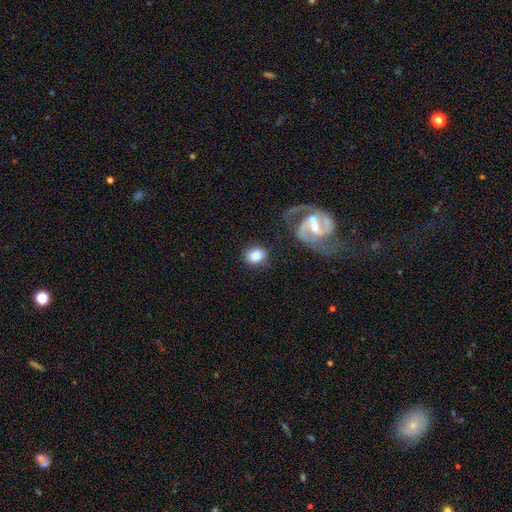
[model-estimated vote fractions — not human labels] smooth-or-featured: smooth: 77% | featured or disk: 16% | star or artifact: 7%
  how-rounded: round: 64% | in between: 35% | cigar-shaped: 1%
  merging: none: 78% | minor disturbance: 12% | merger: 6% | major disturbance: 5%